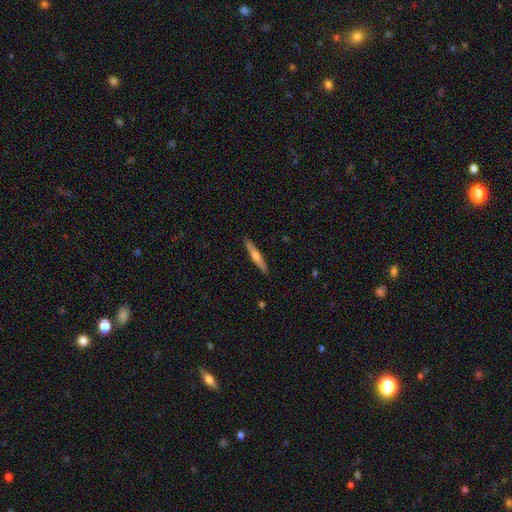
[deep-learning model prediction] featured or disk 60%, smooth 35%, star or artifact 6%. Down the decision tree: edge-on disk — yes (97%); edge-on bulge — rounded (86%); merging — none (91%).